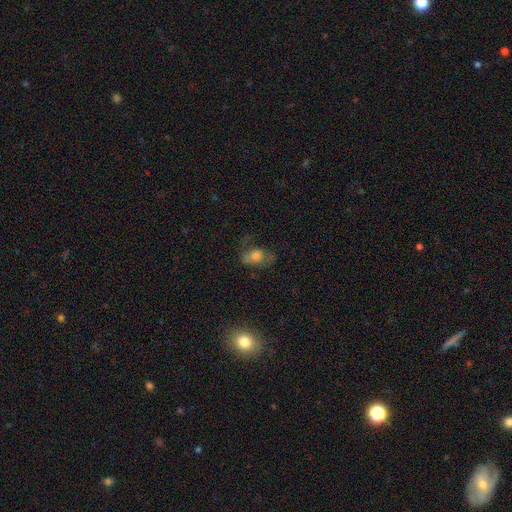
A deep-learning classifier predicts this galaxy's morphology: Q: Smooth or featured?
A: smooth (61%); runner-up: featured or disk (25%)
Q: How rounded?
A: in between (75%); runner-up: round (21%)
Q: Merging?
A: none (51%); runner-up: minor disturbance (25%)